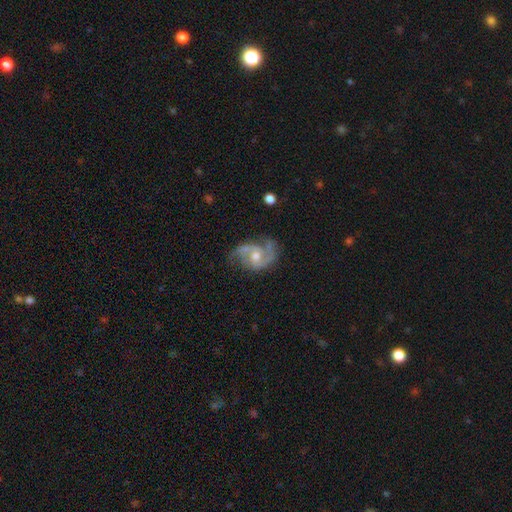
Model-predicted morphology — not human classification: This appears to be a featured or disk galaxy (88%) with no bar (54%), 2 (85%) medium (54%) spiral arms (97%) and a moderate central bulge (60%). Merging: none (65%).